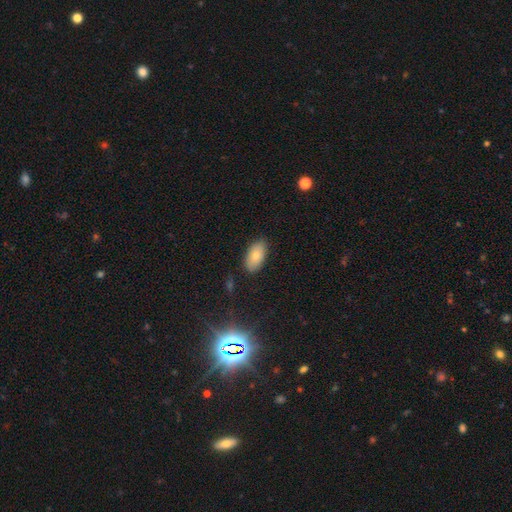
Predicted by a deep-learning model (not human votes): The model was most divided on "smooth or featured": smooth: 81%, featured or disk: 11%, star or artifact: 8%. More confident: how rounded — in between (93%); merging — none (84%).